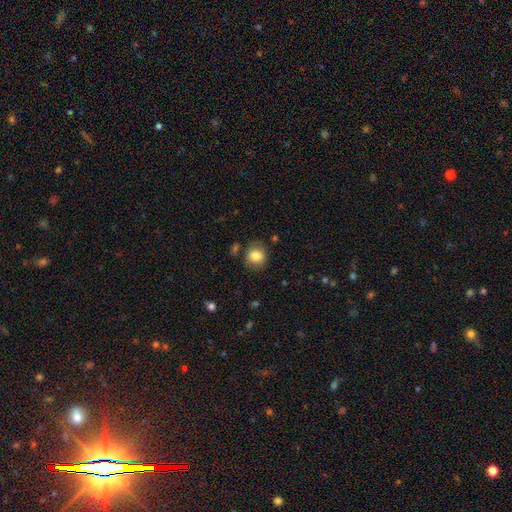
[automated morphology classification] This appears to be a smooth galaxy with no disk features (82%) that is round (82%). Merging: none (80%).